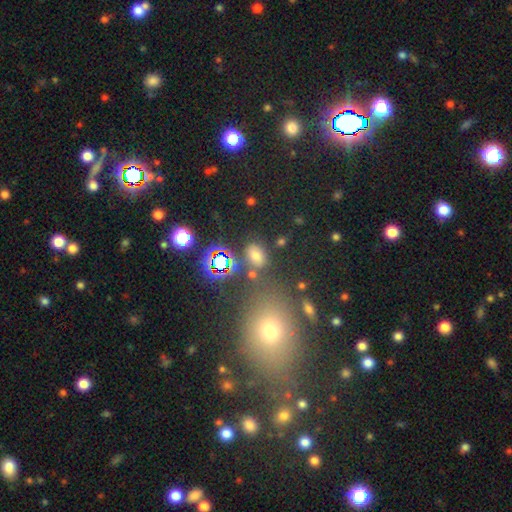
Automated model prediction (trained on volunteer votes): smooth_or_featured: smooth (p=0.64) [alt: star or artifact p=0.27]
how_rounded: in between (p=0.75) [alt: round p=0.23]
merging: none (p=0.76) [alt: minor disturbance p=0.11]